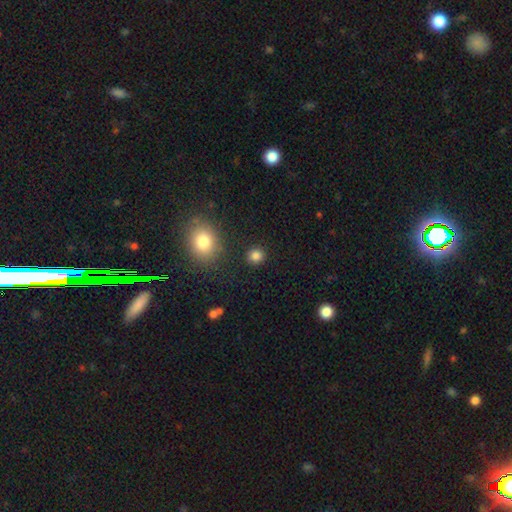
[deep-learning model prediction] Smooth or featured? smooth (84%)
How rounded? round (87%)
Merging? none (90%)